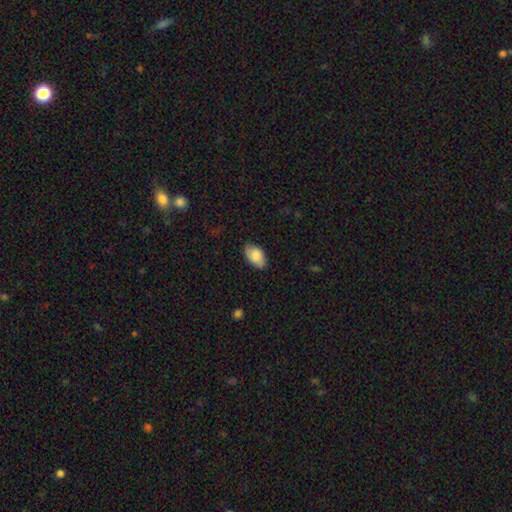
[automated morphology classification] type=smooth (84%); roundness=in between (94%); merging=none (83%).